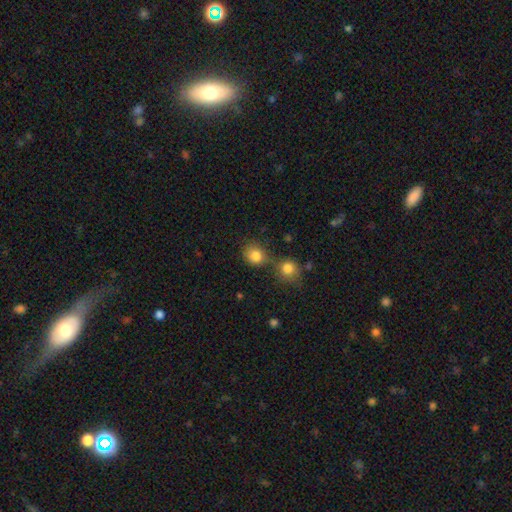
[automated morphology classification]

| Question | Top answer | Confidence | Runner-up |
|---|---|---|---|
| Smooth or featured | smooth | 83% | star or artifact (11%) |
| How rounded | round | 82% | in between (17%) |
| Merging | none | 60% | merger (25%) |